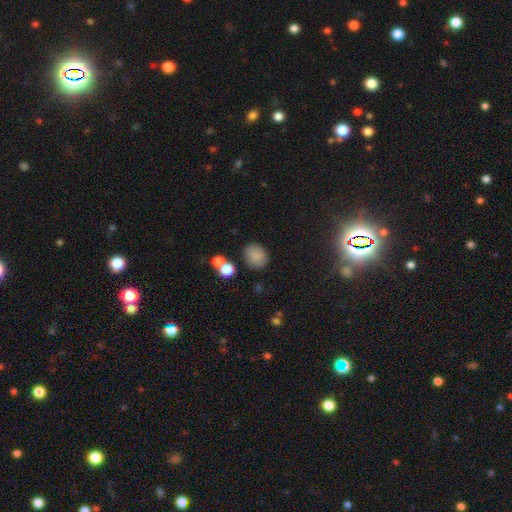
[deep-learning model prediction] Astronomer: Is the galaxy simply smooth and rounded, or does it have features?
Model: smooth — 83%.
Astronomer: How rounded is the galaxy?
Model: round — 59% (runner-up: in between, 40%).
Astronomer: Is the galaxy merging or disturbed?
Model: none — 79%.